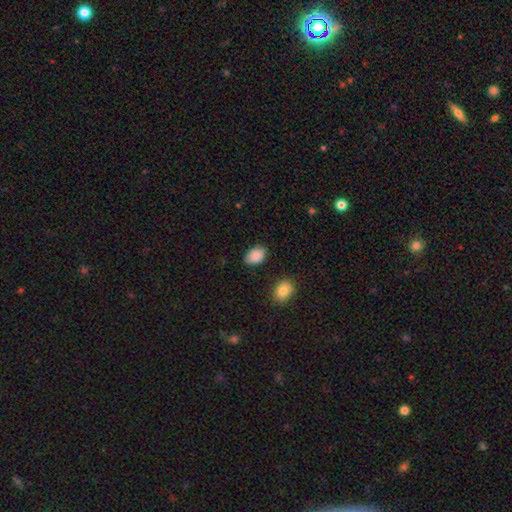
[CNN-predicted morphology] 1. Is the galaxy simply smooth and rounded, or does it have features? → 89% smooth, 7% star or artifact, 3% featured or disk.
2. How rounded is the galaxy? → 86% in between, 12% round, 1% cigar-shaped.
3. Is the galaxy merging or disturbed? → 84% none, 12% minor disturbance, 3% major disturbance, 2% merger.